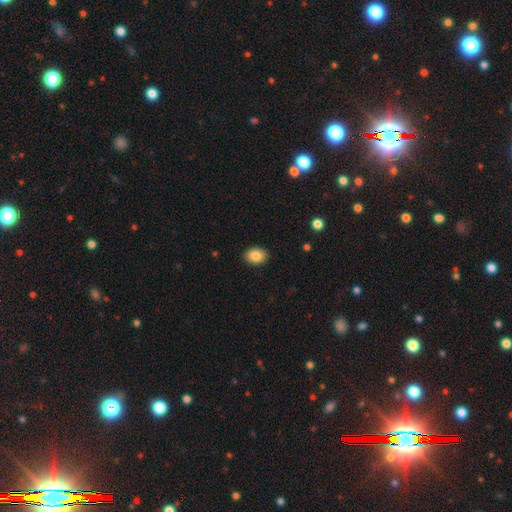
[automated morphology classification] Smooth or featured: smooth — 86% (star or artifact — 8%)
How rounded: in between — 71% (round — 28%)
Merging: none — 90% (minor disturbance — 8%)